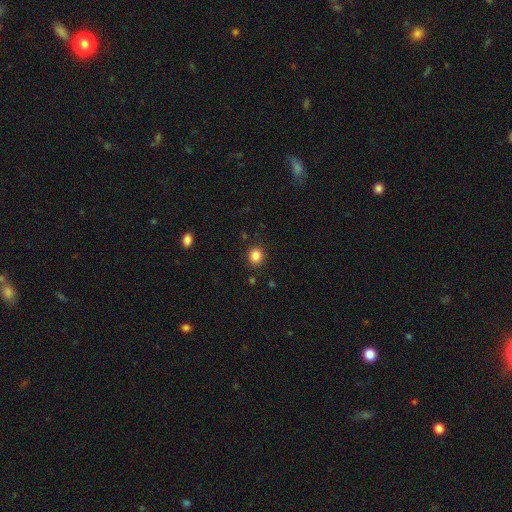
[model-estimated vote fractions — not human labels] smooth 84%, star or artifact 11%, featured or disk 5%. Down the decision tree: how rounded — round (84%); merging — none (88%).